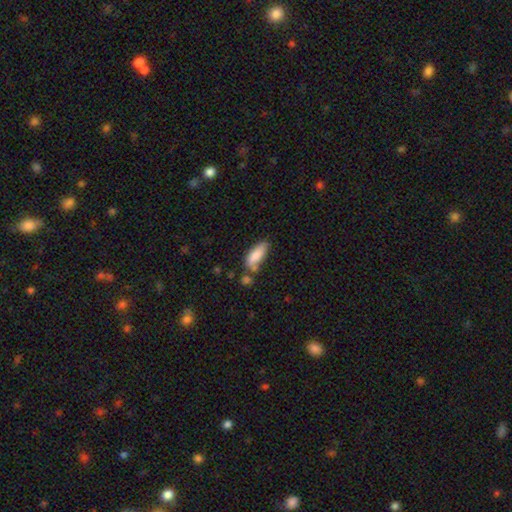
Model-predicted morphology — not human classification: smooth_or_featured: smooth (p=0.83) [alt: featured or disk p=0.10]
how_rounded: in between (p=0.72) [alt: cigar-shaped p=0.26]
merging: none (p=0.51) [alt: minor disturbance p=0.25]